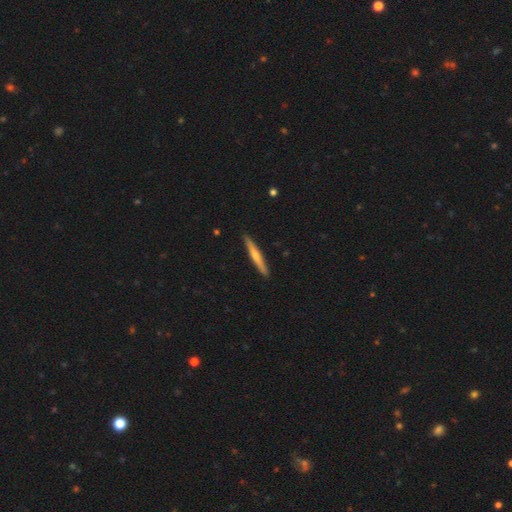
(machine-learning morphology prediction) smooth-or-featured: smooth: 52% | featured or disk: 43% | star or artifact: 5%
  how-rounded: cigar-shaped: 96% | in between: 3% | round: 1%
  merging: none: 91% | minor disturbance: 6% | major disturbance: 1% | merger: 1%